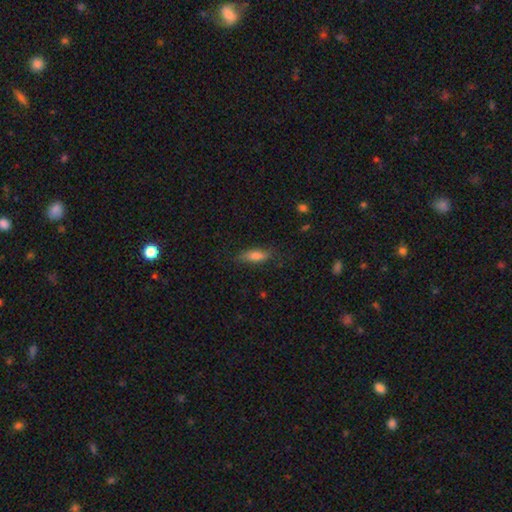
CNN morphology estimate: A smooth galaxy with no disk features (78%) that is in between round and cigar-shaped (64%).

Vote fractions:
- Smooth or featured? smooth: 78% / featured or disk: 14% / star or artifact: 7%
- How rounded? in between: 64% / cigar-shaped: 33% / round: 2%
- Merging? none: 77% / minor disturbance: 17% / major disturbance: 4% / merger: 1%